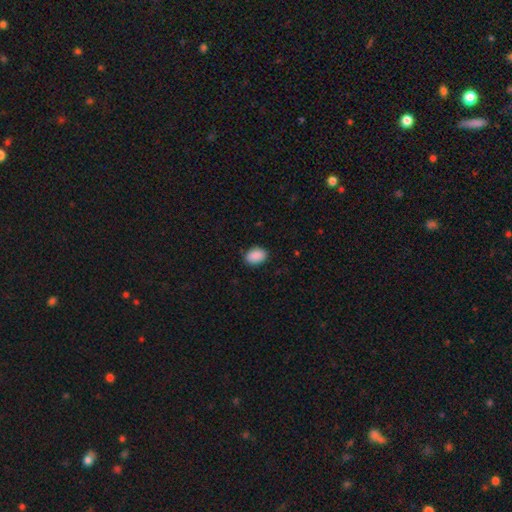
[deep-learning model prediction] Smooth or featured? smooth (90%)
How rounded? in between (82%)
Merging? none (87%)